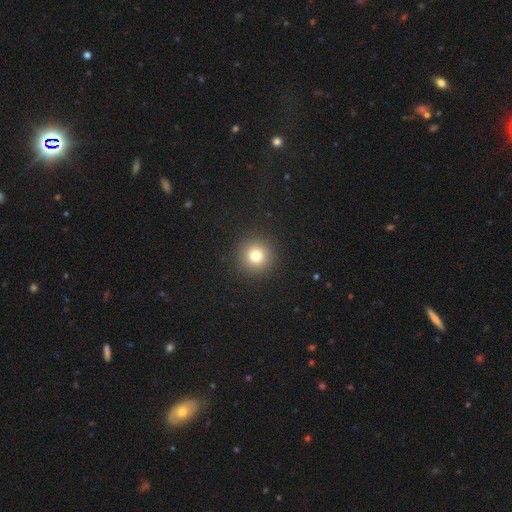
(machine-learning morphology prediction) A smooth galaxy with no disk features (78%) that is round (95%).

Vote fractions:
- Smooth or featured? smooth: 78% / star or artifact: 14% / featured or disk: 8%
- How rounded? round: 95% / in between: 4% / cigar-shaped: 1%
- Merging? none: 92% / minor disturbance: 5% / major disturbance: 2% / merger: 1%